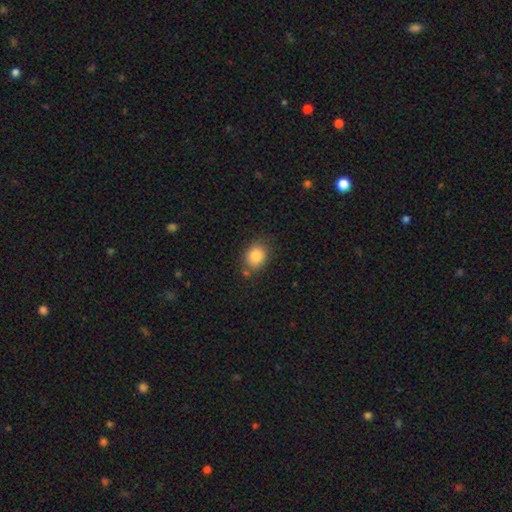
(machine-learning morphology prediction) Smooth or featured: smooth — 85% (star or artifact — 9%)
How rounded: in between — 51% (round — 48%)
Merging: none — 73% (minor disturbance — 17%)